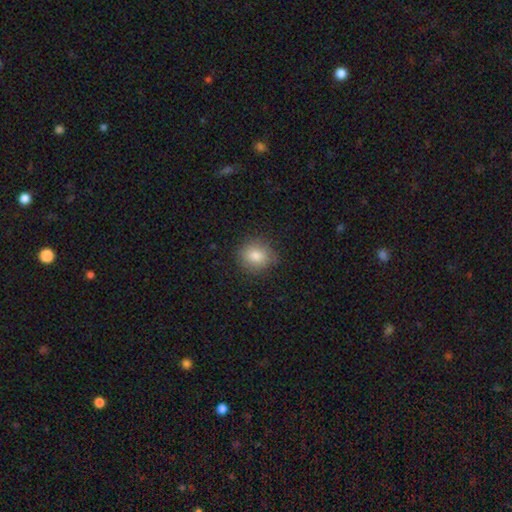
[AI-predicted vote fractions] Overall: smooth (82%). How rounded: round (77%). Merging: none (81%).